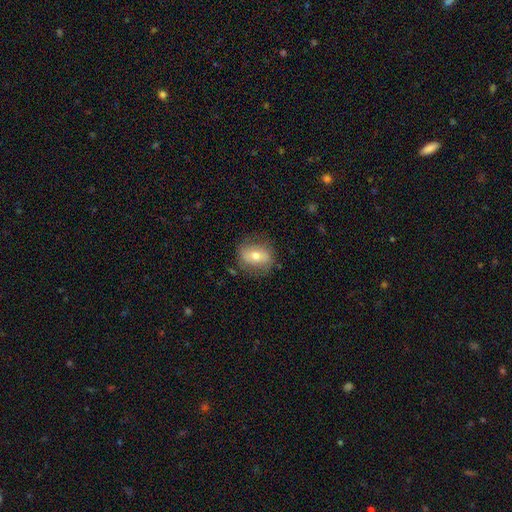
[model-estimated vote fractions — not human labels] smooth 55%, featured or disk 37%, star or artifact 8%. Down the decision tree: how rounded — round (52%); merging — none (76%).